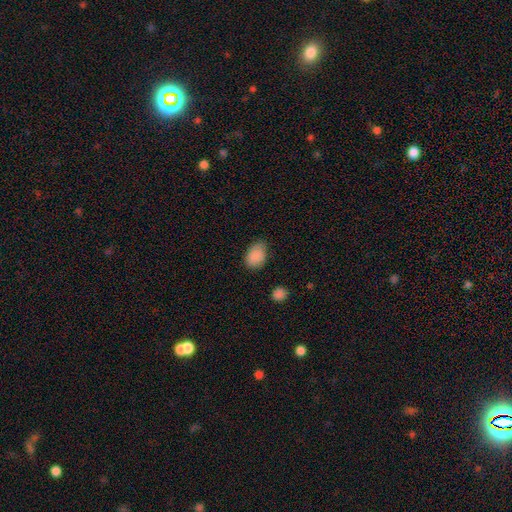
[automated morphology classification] Smooth or featured: smooth — 88% (star or artifact — 8%)
How rounded: in between — 77% (round — 22%)
Merging: none — 72% (minor disturbance — 23%)